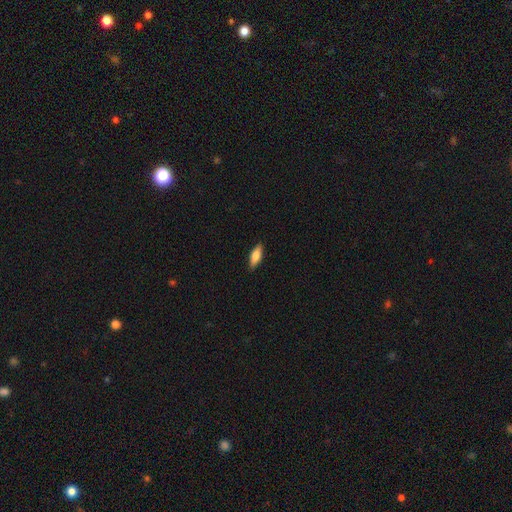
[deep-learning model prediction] Smooth or featured: smooth — 75% (featured or disk — 19%)
How rounded: in between — 63% (cigar-shaped — 35%)
Merging: none — 88% (minor disturbance — 9%)